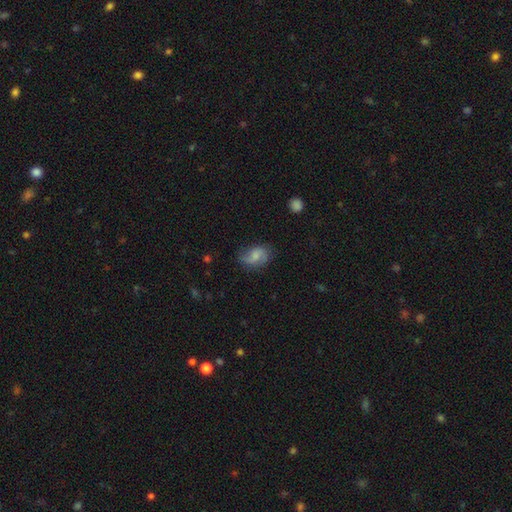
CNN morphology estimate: Overall: smooth (49%; featured or disk 43%). Merging: none (62%; minor disturbance 25%).